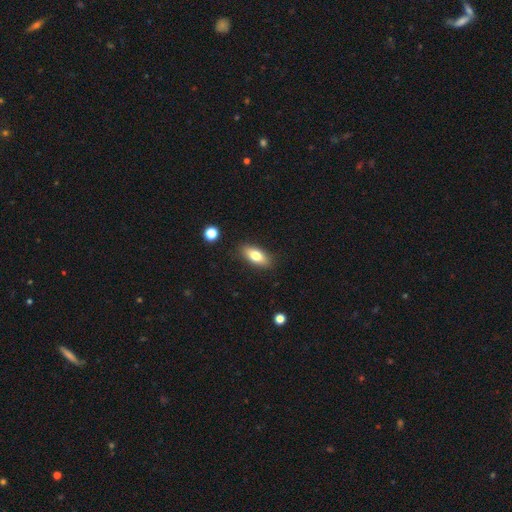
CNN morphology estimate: The model was most divided on "smooth or featured": smooth: 76%, featured or disk: 17%, star or artifact: 7%. More confident: merging — none (87%); how rounded — in between (80%).